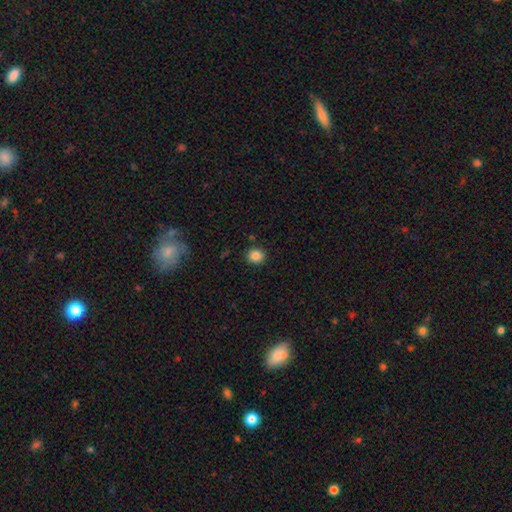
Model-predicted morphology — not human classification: Smooth or featured?
  - smooth: 85% *
  - star or artifact: 11%
  - featured or disk: 4%
How rounded?
  - round: 81% *
  - in between: 18%
  - cigar-shaped: 1%
Merging?
  - none: 89% *
  - minor disturbance: 7%
  - major disturbance: 2%
  - merger: 2%